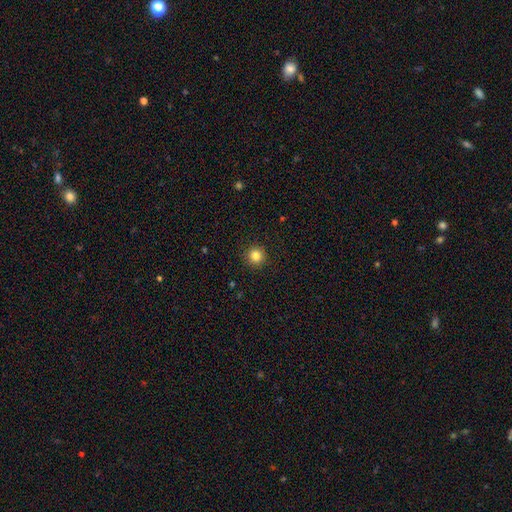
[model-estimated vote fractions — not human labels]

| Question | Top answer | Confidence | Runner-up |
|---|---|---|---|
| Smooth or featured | smooth | 83% | star or artifact (12%) |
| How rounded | round | 94% | in between (5%) |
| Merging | none | 92% | minor disturbance (5%) |